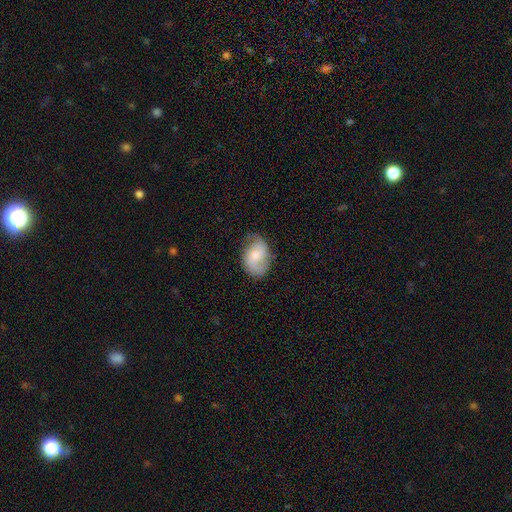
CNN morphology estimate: The model was most divided on "bulge size": moderate: 47%, small: 45%, large: 4%, none: 3%, dominant: 1%. More confident: edge-on disk — no (97%); spiral arms — yes (88%); merging — none (68%); bar — no (60%); smooth or featured — featured or disk (57%).